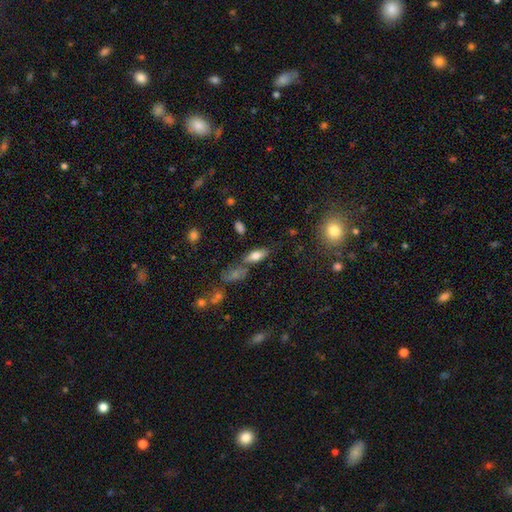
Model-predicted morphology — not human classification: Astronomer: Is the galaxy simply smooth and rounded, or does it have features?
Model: smooth — 72%.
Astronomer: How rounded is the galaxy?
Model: in between — 79%.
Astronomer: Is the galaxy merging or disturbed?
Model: none — 71%.